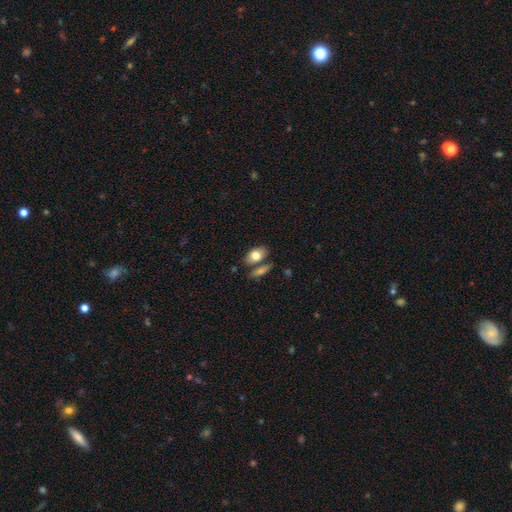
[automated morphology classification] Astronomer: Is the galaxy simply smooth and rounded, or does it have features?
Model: smooth — 77%.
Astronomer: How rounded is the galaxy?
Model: in between — 86%.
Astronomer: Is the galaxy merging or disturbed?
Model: none — 60%.